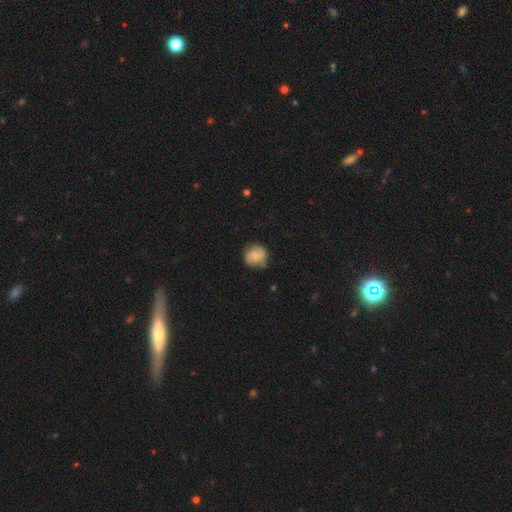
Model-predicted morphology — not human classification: smooth_or_featured: smooth (p=0.56) [alt: featured or disk p=0.36]
how_rounded: round (p=0.78) [alt: in between p=0.21]
merging: none (p=0.68) [alt: minor disturbance p=0.22]